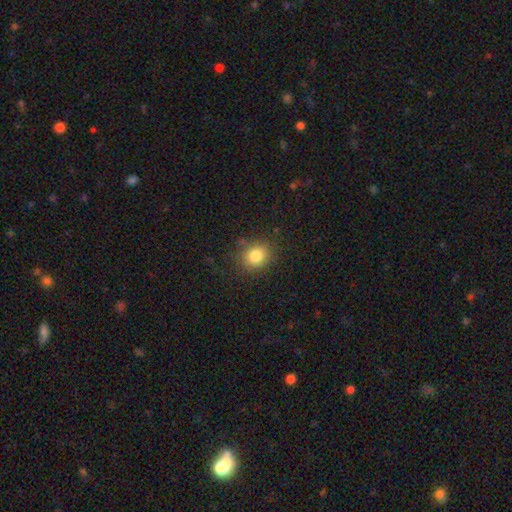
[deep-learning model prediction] Smooth or featured?
  - smooth: 82% *
  - star or artifact: 11%
  - featured or disk: 7%
How rounded?
  - round: 71% *
  - in between: 28%
  - cigar-shaped: 1%
Merging?
  - none: 82% *
  - minor disturbance: 12%
  - major disturbance: 4%
  - merger: 2%